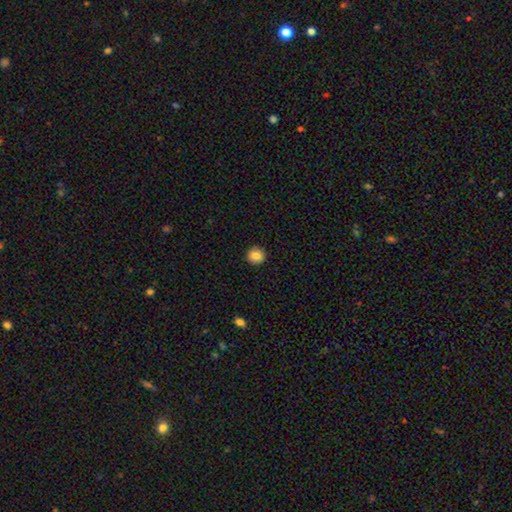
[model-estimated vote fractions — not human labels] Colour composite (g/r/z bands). It shows a smooth galaxy with no disk features (87%) that is round (94%). Merging: none (93%).